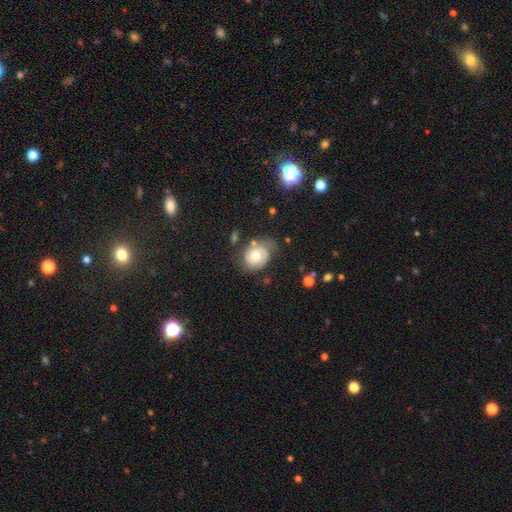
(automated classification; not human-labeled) A featured or disk galaxy (52%) with no bar (80%), spiral arms (70%) and a moderate central bulge (74%).

Vote fractions:
- Smooth or featured? featured or disk: 52% / smooth: 40% / star or artifact: 8%
- Edge-on disk? no: 96% / yes: 4%
- Bar? no: 80% / weak: 16% / strong: 3%
- Spiral arms? yes: 70% / no: 30%
- Bulge size? moderate: 74% / small: 14% / large: 10% / dominant: 1% / none: 1%
- Merging? none: 53% / minor disturbance: 27% / major disturbance: 15% / merger: 5%